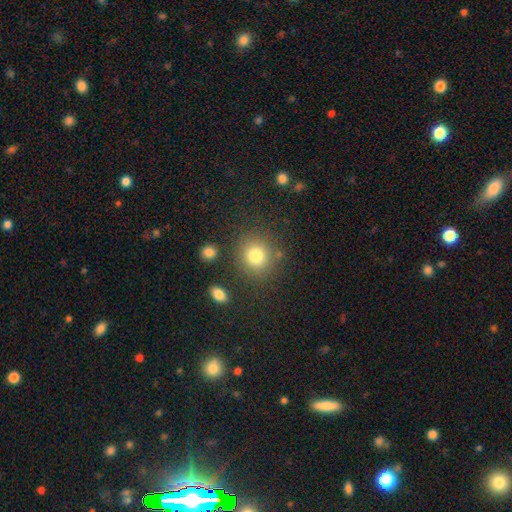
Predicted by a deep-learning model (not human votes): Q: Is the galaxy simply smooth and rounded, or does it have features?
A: smooth — 80%.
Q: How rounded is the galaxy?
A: round — 86%.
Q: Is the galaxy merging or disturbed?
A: none — 81%.